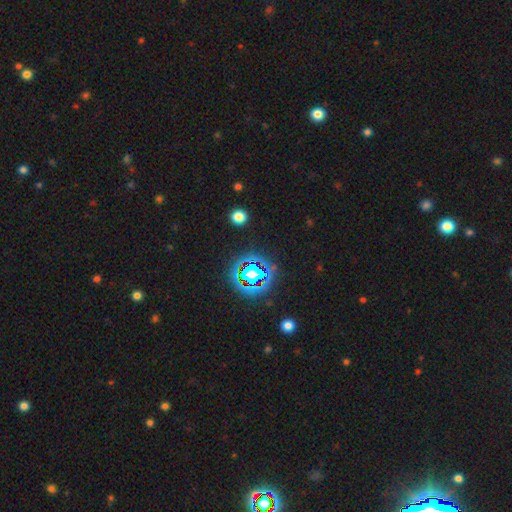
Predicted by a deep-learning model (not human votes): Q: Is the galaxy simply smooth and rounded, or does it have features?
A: star or artifact — 79%.